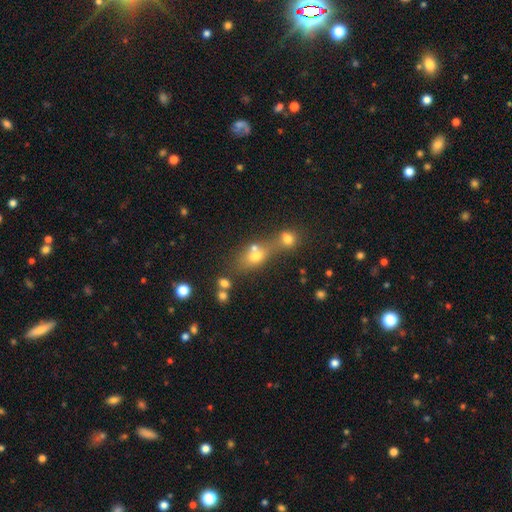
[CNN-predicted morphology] Smooth or featured? smooth (59%)
How rounded? in between (48%)
Merging? merger (52%)